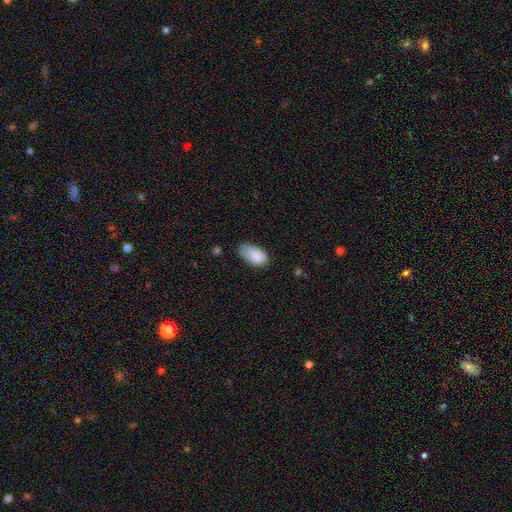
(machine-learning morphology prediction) Smooth or featured: smooth — 85% (featured or disk — 8%)
How rounded: in between — 95% (round — 3%)
Merging: none — 55% (minor disturbance — 34%)